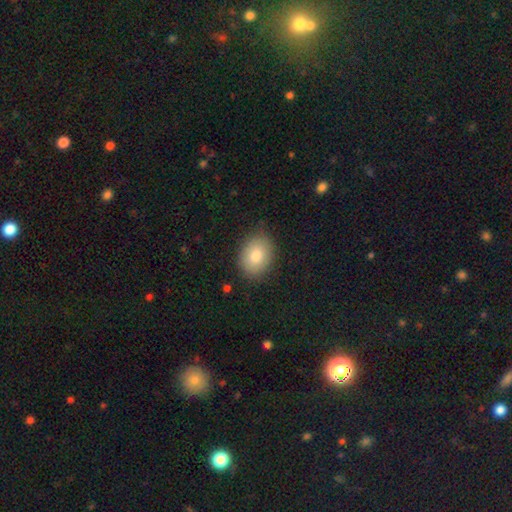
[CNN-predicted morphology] This appears to be a smooth galaxy with no disk features (83%) that is in between round and cigar-shaped (71%). Merging: none (84%).